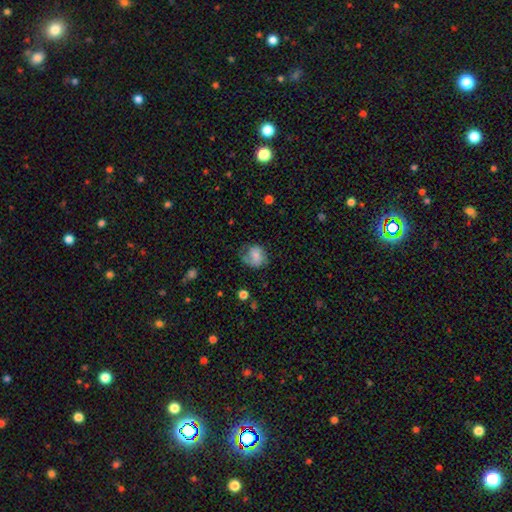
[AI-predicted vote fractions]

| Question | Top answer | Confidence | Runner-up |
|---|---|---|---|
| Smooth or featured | smooth | 57% | featured or disk (34%) |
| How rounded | round | 57% | in between (42%) |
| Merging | none | 46% | minor disturbance (29%) |